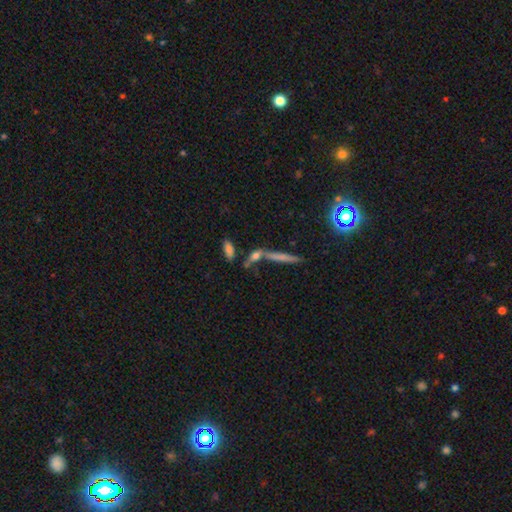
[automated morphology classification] Smooth or featured?
  - smooth: 55% *
  - featured or disk: 29%
  - star or artifact: 16%
How rounded?
  - cigar-shaped: 68% *
  - in between: 26%
  - round: 6%
Merging?
  - none: 60% *
  - merger: 25%
  - minor disturbance: 11%
  - major disturbance: 5%